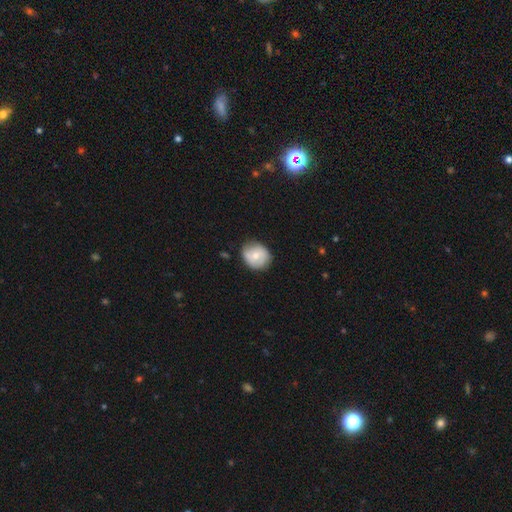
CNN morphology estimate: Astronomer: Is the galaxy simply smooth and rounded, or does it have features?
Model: smooth — 60%.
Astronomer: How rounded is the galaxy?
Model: round — 78%.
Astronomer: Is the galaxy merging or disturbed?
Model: none — 76%.